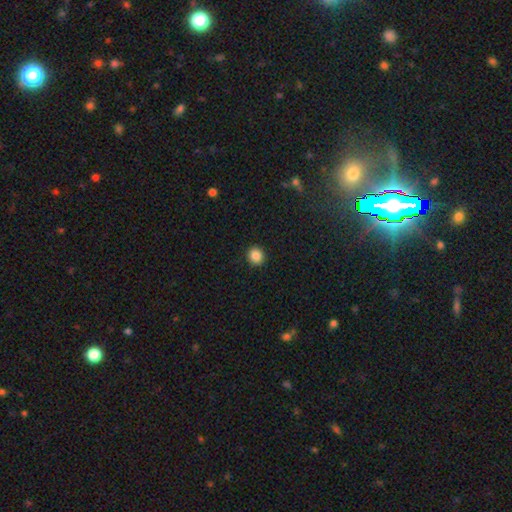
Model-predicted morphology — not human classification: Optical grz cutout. It shows a smooth galaxy with no disk features (86%) that is round (87%). Merging: none (93%).